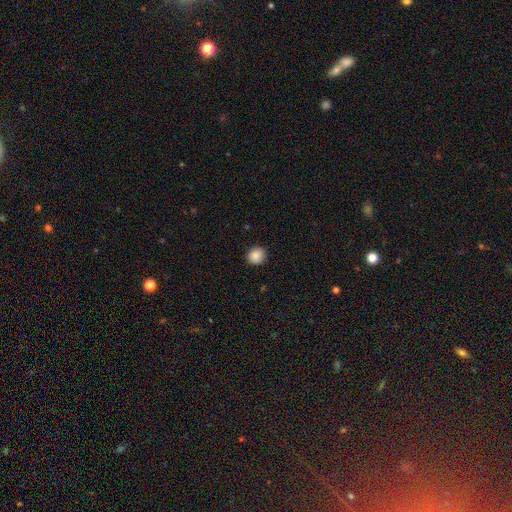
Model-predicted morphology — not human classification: smooth_or_featured: smooth (p=0.87) [alt: star or artifact p=0.09]
how_rounded: round (p=0.86) [alt: in between p=0.13]
merging: none (p=0.90) [alt: minor disturbance p=0.07]